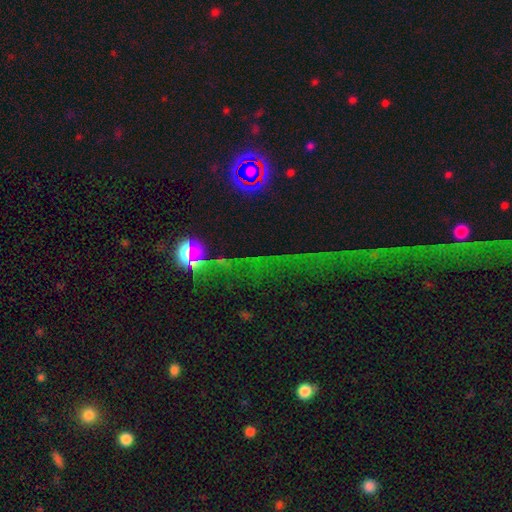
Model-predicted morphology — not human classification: star or artifact 78%, smooth 12%, featured or disk 10%.